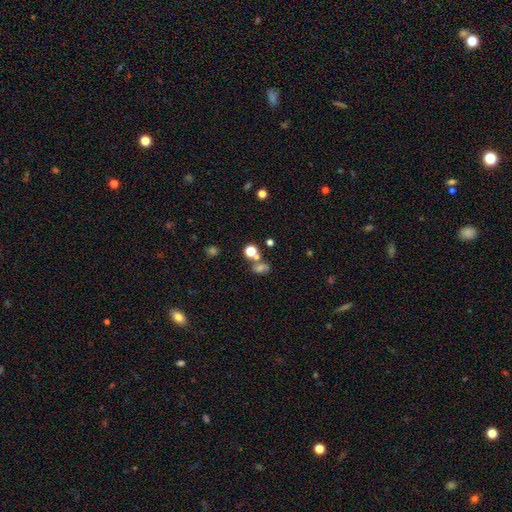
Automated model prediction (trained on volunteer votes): This appears to be a smooth galaxy with no disk features (46%). Merging: none (57%).